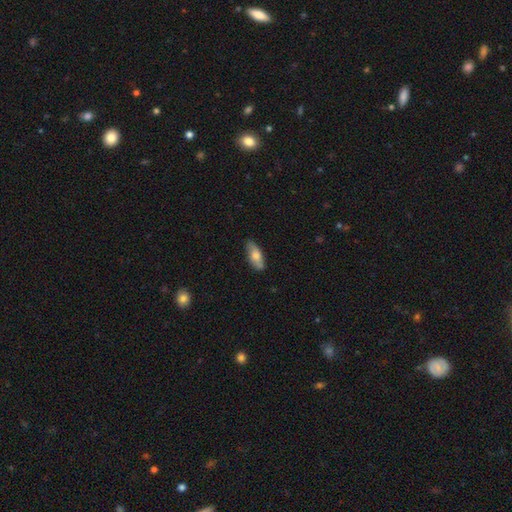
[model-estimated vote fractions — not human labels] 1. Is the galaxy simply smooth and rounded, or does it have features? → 63% smooth, 31% featured or disk, 6% star or artifact.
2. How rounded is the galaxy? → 78% in between, 20% cigar-shaped, 3% round.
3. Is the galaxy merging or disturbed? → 81% none, 15% minor disturbance, 2% major disturbance, 1% merger.